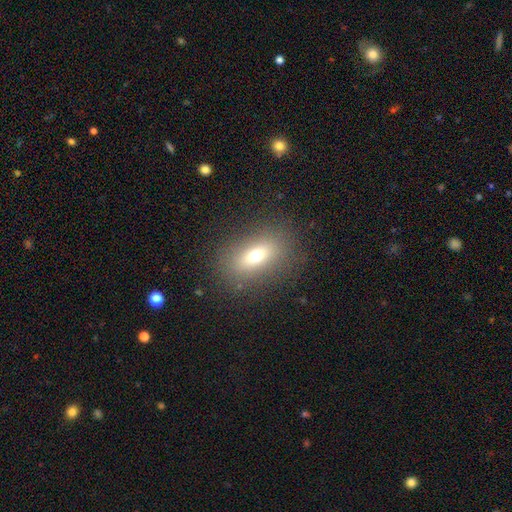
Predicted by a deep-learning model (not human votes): A smooth galaxy with no disk features (66%) that is in between round and cigar-shaped (74%).

Vote fractions:
- Smooth or featured? smooth: 66% / featured or disk: 20% / star or artifact: 14%
- How rounded? in between: 74% / round: 18% / cigar-shaped: 8%
- Merging? none: 84% / minor disturbance: 9% / major disturbance: 5% / merger: 1%